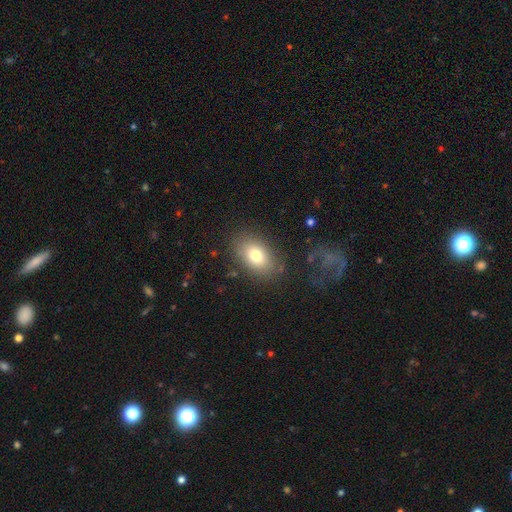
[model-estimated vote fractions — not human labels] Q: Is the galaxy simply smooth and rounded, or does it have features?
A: smooth — 77%.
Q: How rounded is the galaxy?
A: in between — 84%.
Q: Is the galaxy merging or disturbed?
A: none — 79%.